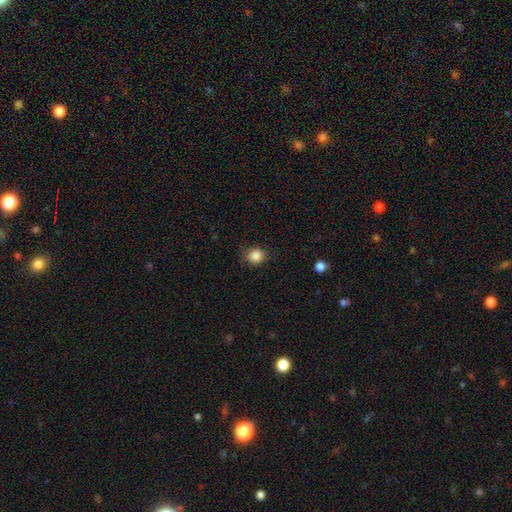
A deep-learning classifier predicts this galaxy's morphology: A smooth galaxy with no disk features (86%) that is round (85%). Merging: none (81%).